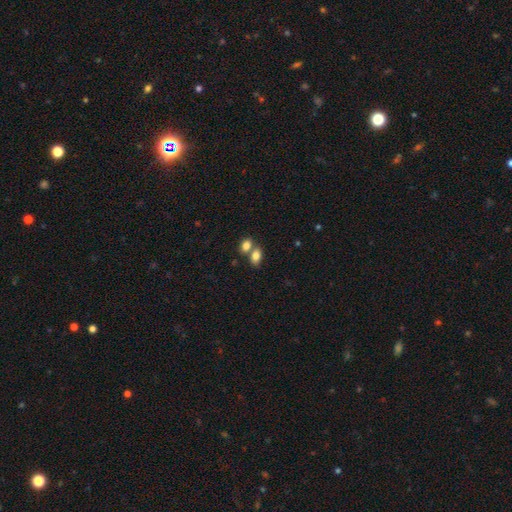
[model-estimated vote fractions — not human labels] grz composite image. It shows a smooth galaxy with no disk features (82%) that is in between round and cigar-shaped (83%). Merging: merger (48%).